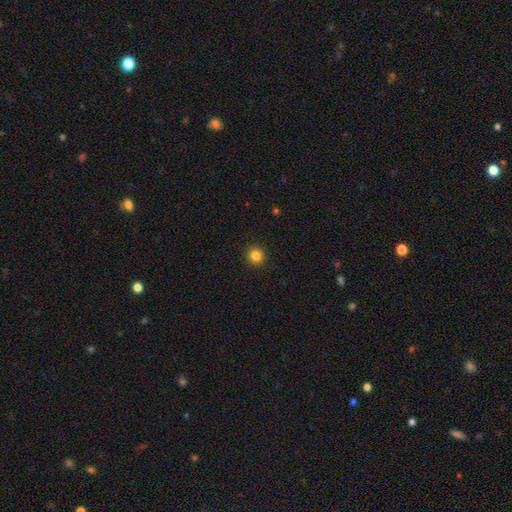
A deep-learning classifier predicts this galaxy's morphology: A smooth galaxy with no disk features (84%) that is round (95%).

Vote fractions:
- Smooth or featured? smooth: 84% / star or artifact: 12% / featured or disk: 4%
- How rounded? round: 95% / in between: 4% / cigar-shaped: 1%
- Merging? none: 93% / minor disturbance: 4% / major disturbance: 2% / merger: 1%